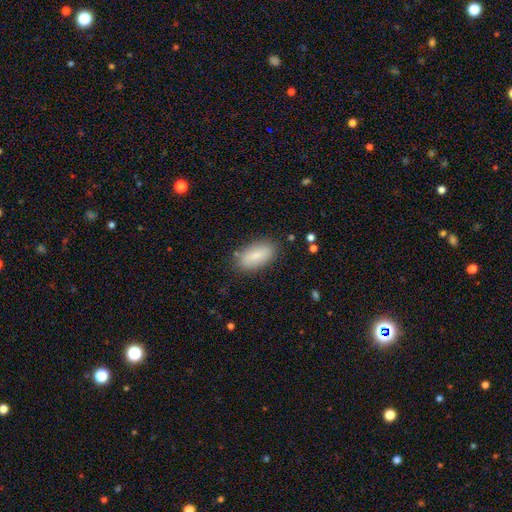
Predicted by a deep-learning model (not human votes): smooth 83%, featured or disk 10%, star or artifact 7%. Down the decision tree: how rounded — in between (88%); merging — none (82%).